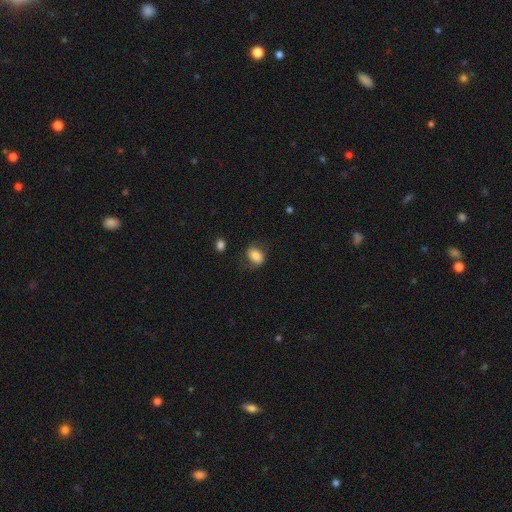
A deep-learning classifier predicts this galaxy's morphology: This appears to be a smooth galaxy with no disk features (78%) that is in between round and cigar-shaped (74%). Merging: none (68%).